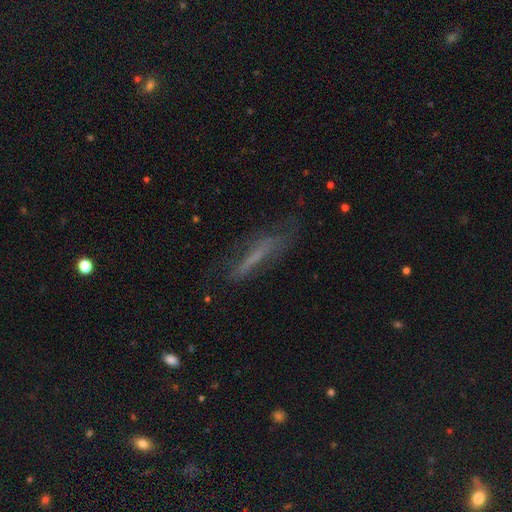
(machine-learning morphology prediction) smooth_or_featured: smooth (p=0.47) [alt: featured or disk p=0.39]
merging: none (p=0.60) [alt: minor disturbance p=0.23]